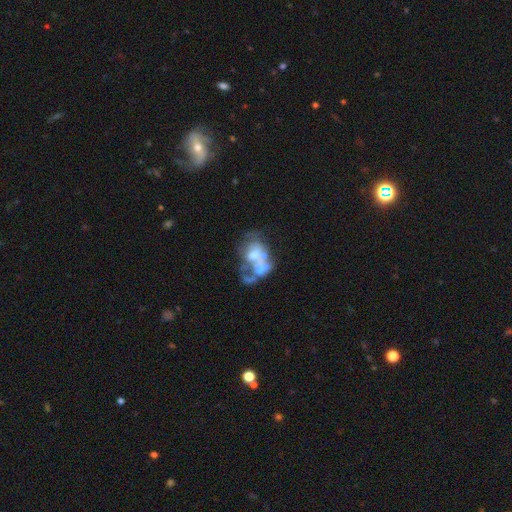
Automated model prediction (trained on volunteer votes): smooth_or_featured: featured or disk (p=0.65) [alt: smooth p=0.23]
disk_edge_on: no (p=0.98) [alt: yes p=0.02]
bar: no (p=0.86) [alt: weak p=0.11]
has_spiral_arms: no (p=0.87) [alt: yes p=0.13]
bulge_size: moderate (p=0.38) [alt: none p=0.33]
merging: merger (p=0.40) [alt: major disturbance p=0.30]